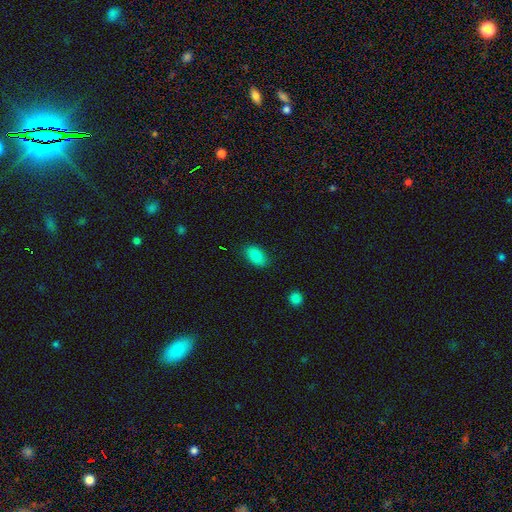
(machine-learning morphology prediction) Smooth or featured?
  - smooth: 85% *
  - star or artifact: 8%
  - featured or disk: 7%
How rounded?
  - in between: 91% *
  - round: 7%
  - cigar-shaped: 2%
Merging?
  - none: 85% *
  - minor disturbance: 11%
  - major disturbance: 3%
  - merger: 1%